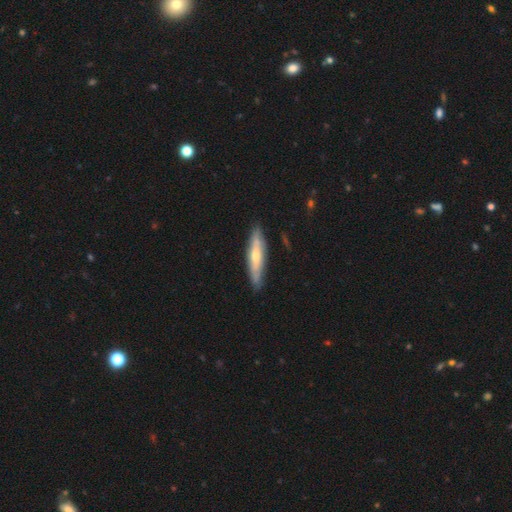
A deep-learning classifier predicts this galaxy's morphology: Q: Smooth or featured?
A: featured or disk (51%); runner-up: smooth (43%)
Q: Edge-on disk?
A: yes (75%); runner-up: no (25%)
Q: Merging?
A: none (83%); runner-up: minor disturbance (13%)